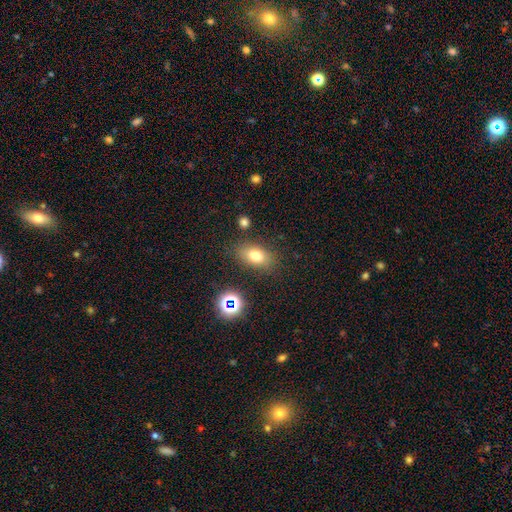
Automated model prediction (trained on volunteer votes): A smooth galaxy with no disk features (74%) that is in between round and cigar-shaped (81%).

Vote fractions:
- Smooth or featured? smooth: 74% / star or artifact: 14% / featured or disk: 12%
- How rounded? in between: 81% / round: 15% / cigar-shaped: 4%
- Merging? none: 81% / minor disturbance: 12% / major disturbance: 4% / merger: 3%